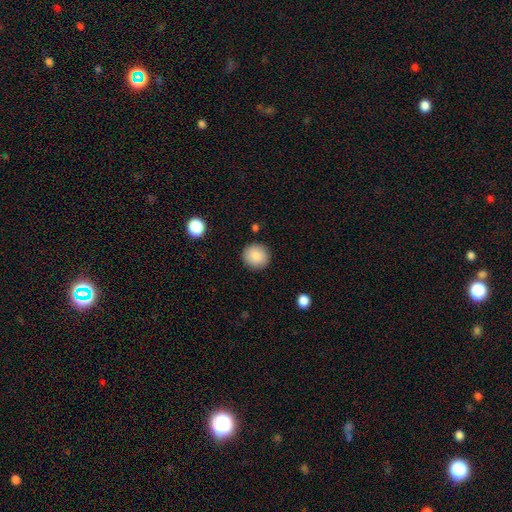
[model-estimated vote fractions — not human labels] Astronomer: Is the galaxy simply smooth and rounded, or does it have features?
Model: smooth — 88%.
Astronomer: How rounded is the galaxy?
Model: round — 92%.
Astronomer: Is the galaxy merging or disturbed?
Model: none — 90%.